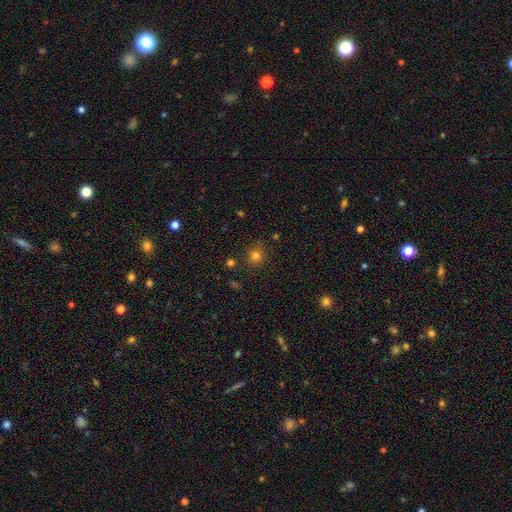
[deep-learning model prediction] Smooth or featured: smooth — 77% (star or artifact — 17%)
How rounded: round — 86% (in between — 13%)
Merging: none — 84% (minor disturbance — 10%)